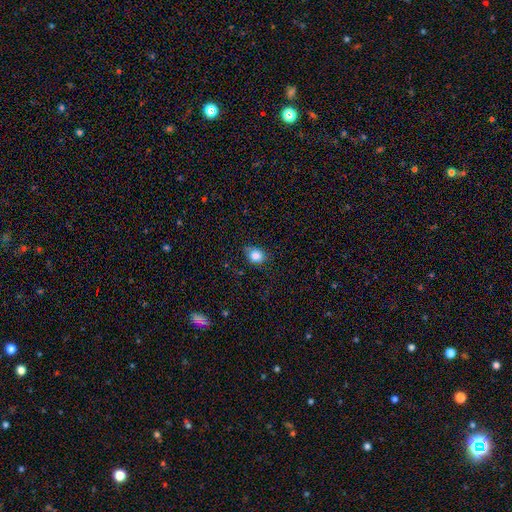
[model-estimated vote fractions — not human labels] Overall: smooth (82%). How rounded: round (61%; in between 38%). Merging: none (68%).